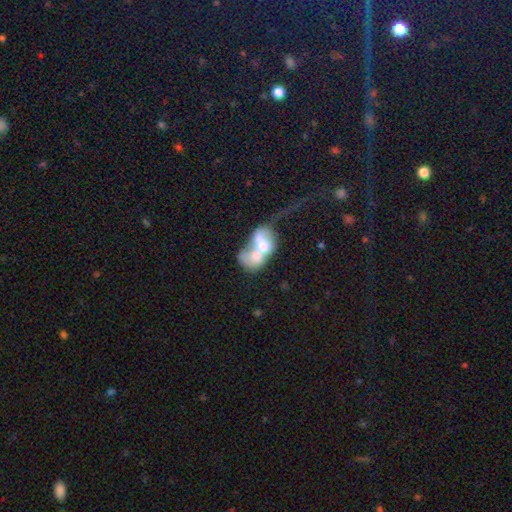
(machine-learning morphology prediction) type=smooth (49%); merging=merger (79%).